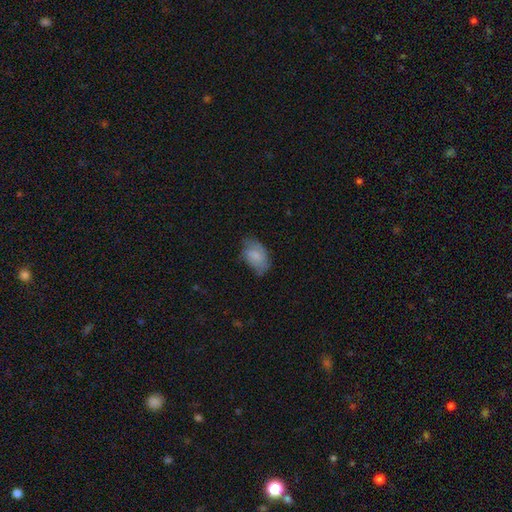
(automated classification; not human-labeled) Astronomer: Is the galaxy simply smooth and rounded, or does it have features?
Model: smooth — 70%.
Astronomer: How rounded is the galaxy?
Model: in between — 90%.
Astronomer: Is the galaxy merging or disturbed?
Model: none — 49% (runner-up: minor disturbance, 35%).